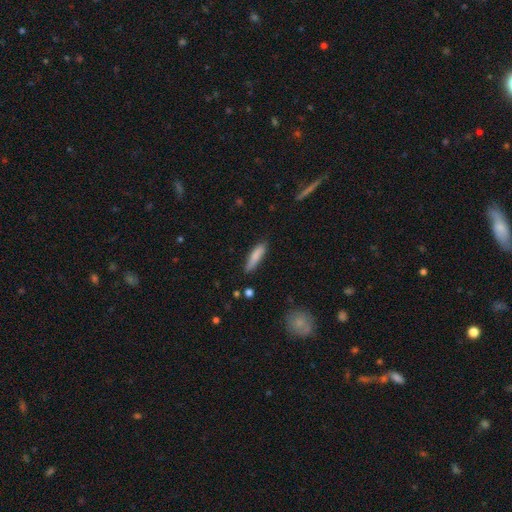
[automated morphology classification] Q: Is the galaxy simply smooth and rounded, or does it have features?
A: smooth — 82%.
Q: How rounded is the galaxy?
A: cigar-shaped — 76%.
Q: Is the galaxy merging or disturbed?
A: none — 78%.